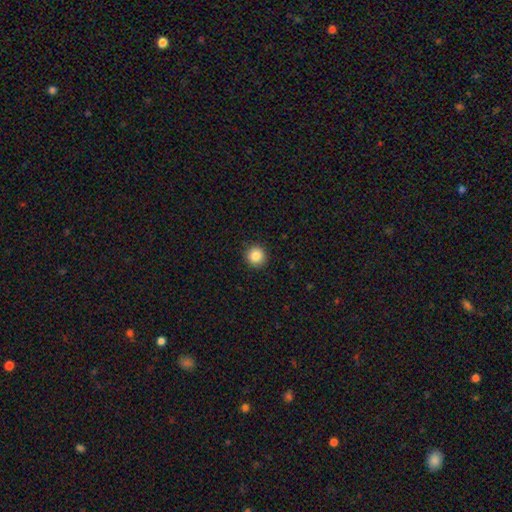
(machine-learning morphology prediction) Smooth or featured? smooth (86%)
How rounded? round (95%)
Merging? none (92%)